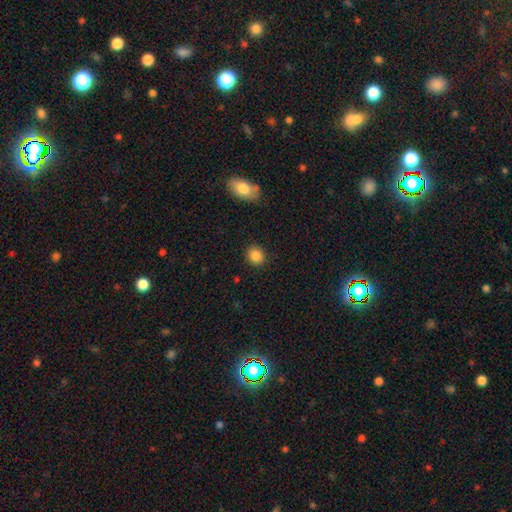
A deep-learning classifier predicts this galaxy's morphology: smooth-or-featured: smooth: 86% | star or artifact: 10% | featured or disk: 4%
  how-rounded: round: 79% | in between: 20% | cigar-shaped: 1%
  merging: none: 90% | minor disturbance: 7% | major disturbance: 2% | merger: 1%